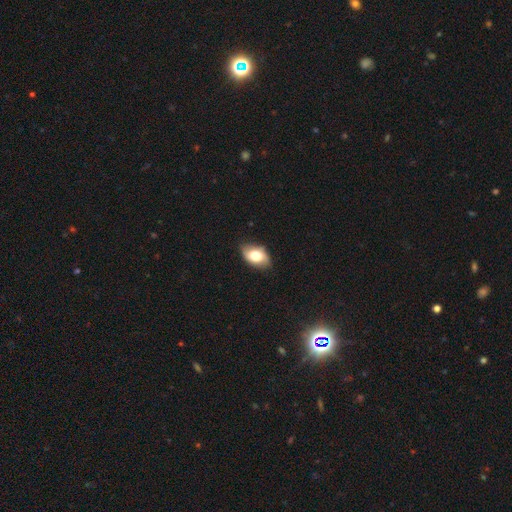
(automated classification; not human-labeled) smooth-or-featured: smooth: 67% | featured or disk: 25% | star or artifact: 7%
  how-rounded: in between: 89% | round: 9% | cigar-shaped: 2%
  merging: none: 77% | minor disturbance: 18% | major disturbance: 4% | merger: 1%